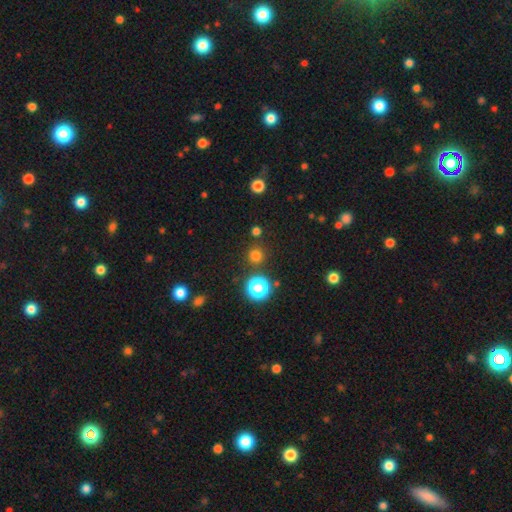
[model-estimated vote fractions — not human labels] Smooth or featured? smooth (72%)
How rounded? round (94%)
Merging? none (85%)